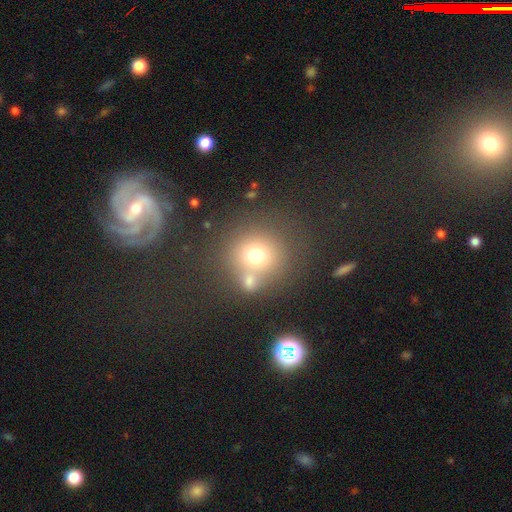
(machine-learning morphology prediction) A smooth galaxy with no disk features (70%) that is round (88%).

Vote fractions:
- Smooth or featured? smooth: 70% / star or artifact: 17% / featured or disk: 14%
- How rounded? round: 88% / in between: 11% / cigar-shaped: 1%
- Merging? none: 59% / merger: 24% / minor disturbance: 10% / major disturbance: 6%